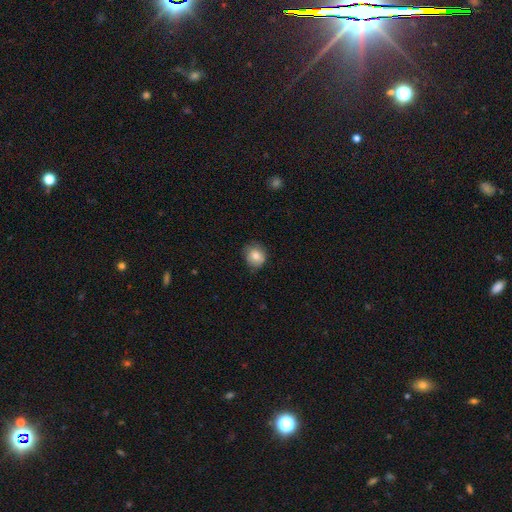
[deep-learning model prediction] smooth_or_featured: smooth (p=0.79) [alt: featured or disk p=0.12]
how_rounded: round (p=0.77) [alt: in between p=0.22]
merging: none (p=0.73) [alt: minor disturbance p=0.22]